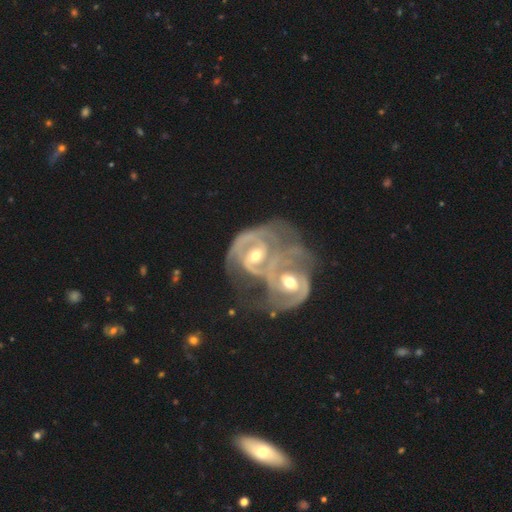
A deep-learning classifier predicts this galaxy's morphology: A featured or disk galaxy (90%) with a weak bar (42%), 2 (57%) tight (49%) spiral arms (95%) and a moderate central bulge (70%). Merging: merger (80%).